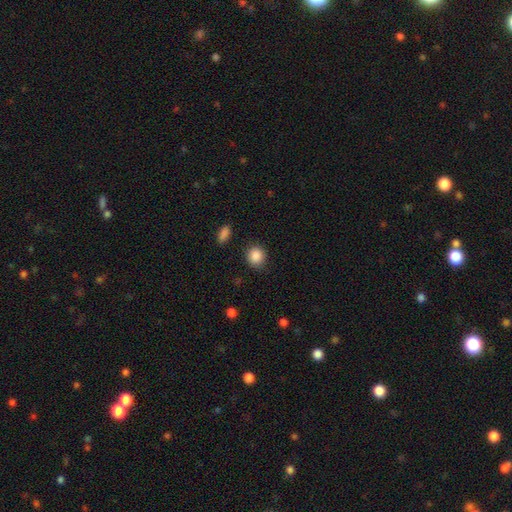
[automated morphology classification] The model was most divided on "how rounded": round: 83%, in between: 16%, cigar-shaped: 1%. More confident: smooth or featured — smooth (88%); merging — none (86%).